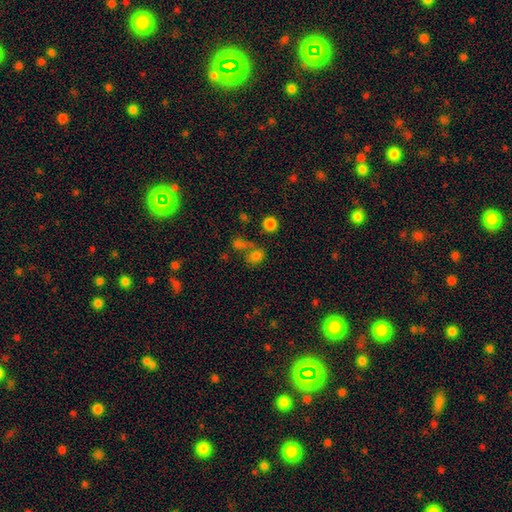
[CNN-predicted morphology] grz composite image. It shows a smooth galaxy with no disk features (74%) that is in between round and cigar-shaped (51%). Merging: none (45%).